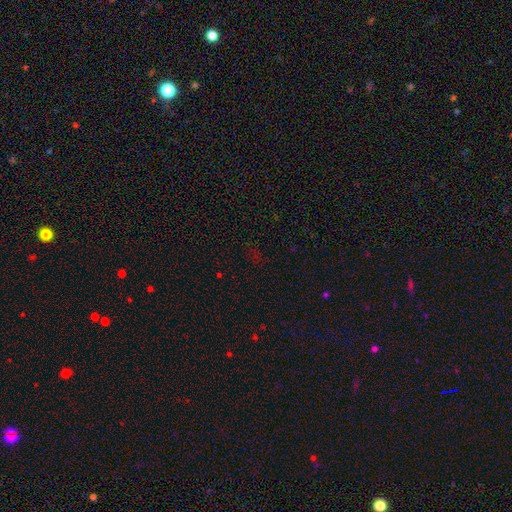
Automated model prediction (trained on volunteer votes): A star or artifact, not a galaxy (63%).

Vote fractions:
- Smooth or featured? star or artifact: 63% / smooth: 30% / featured or disk: 8%